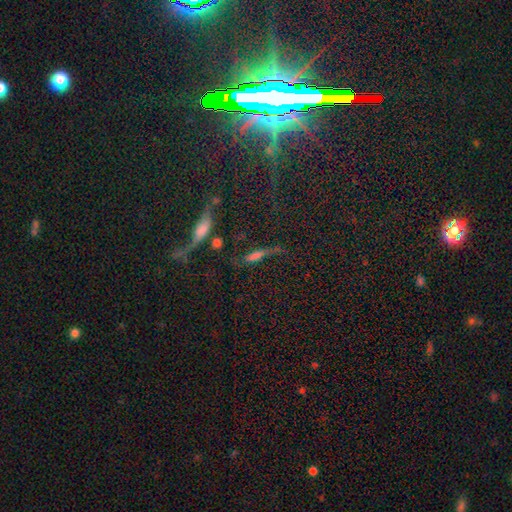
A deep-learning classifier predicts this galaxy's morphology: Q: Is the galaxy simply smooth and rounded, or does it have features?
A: featured or disk — 42%.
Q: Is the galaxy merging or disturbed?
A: none — 55%.